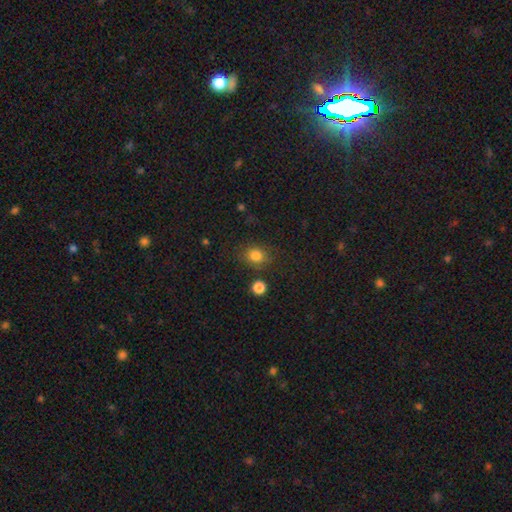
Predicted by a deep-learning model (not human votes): Smooth or featured? smooth (82%)
How rounded? round (67%)
Merging? none (78%)